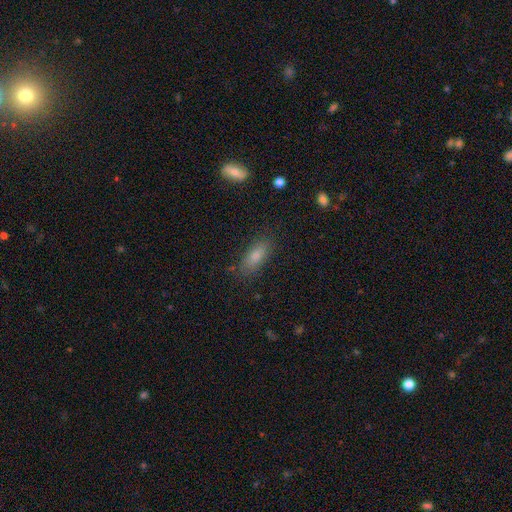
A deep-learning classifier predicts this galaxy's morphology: type=smooth (77%); roundness=in between (72%); merging=none (83%).